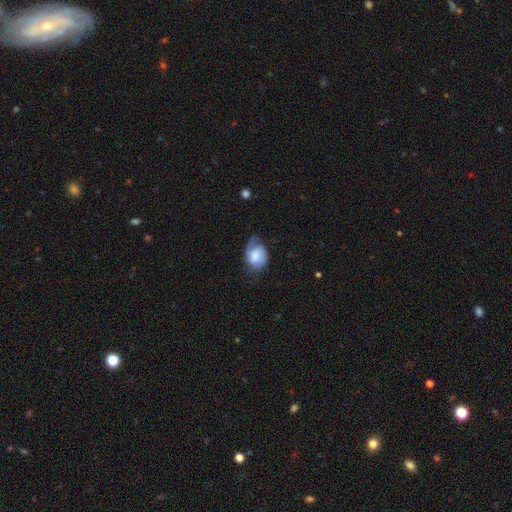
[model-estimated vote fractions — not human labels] Smooth or featured: smooth — 51% (featured or disk — 42%)
How rounded: in between — 72% (round — 27%)
Merging: none — 42% (minor disturbance — 35%)